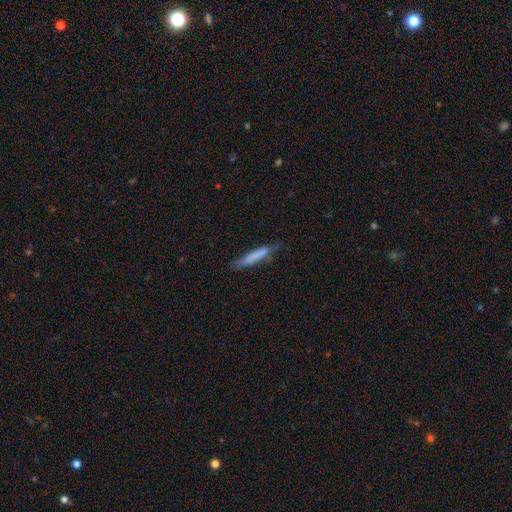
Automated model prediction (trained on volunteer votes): Smooth or featured: smooth — 70% (featured or disk — 23%)
How rounded: cigar-shaped — 91% (in between — 8%)
Merging: none — 66% (minor disturbance — 25%)